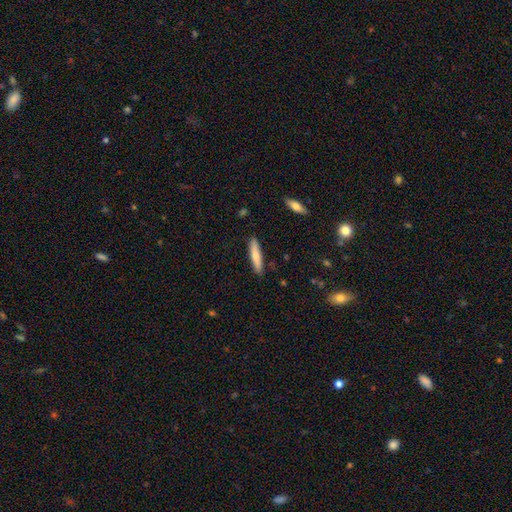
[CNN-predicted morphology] smooth-or-featured: smooth: 69% | featured or disk: 26% | star or artifact: 6%
  how-rounded: cigar-shaped: 86% | in between: 13% | round: 1%
  merging: none: 89% | minor disturbance: 8% | major disturbance: 2% | merger: 1%